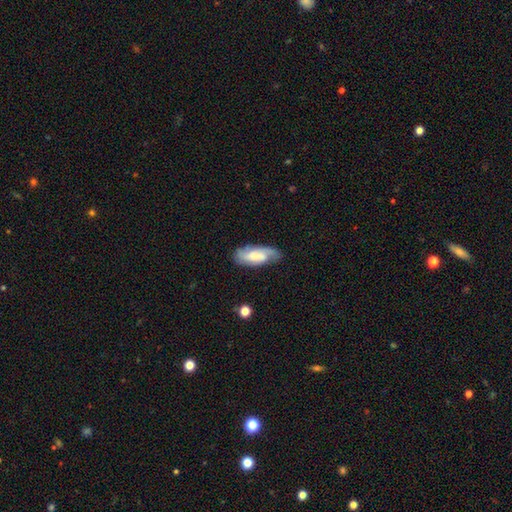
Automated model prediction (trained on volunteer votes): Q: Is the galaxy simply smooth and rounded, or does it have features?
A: featured or disk — 49%.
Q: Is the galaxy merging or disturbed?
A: none — 69%.